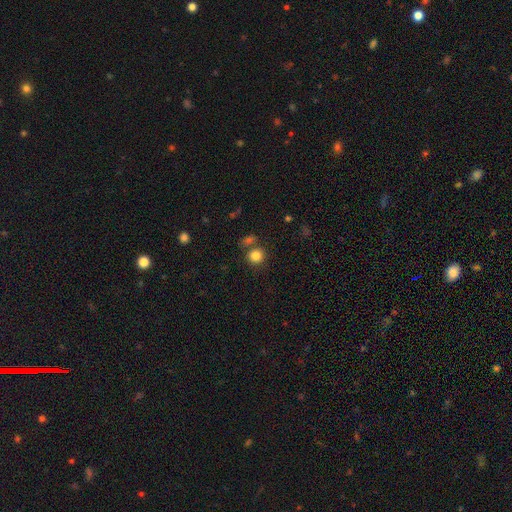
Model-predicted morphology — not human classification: smooth-or-featured: smooth: 84% | star or artifact: 11% | featured or disk: 6%
  how-rounded: round: 84% | in between: 15% | cigar-shaped: 1%
  merging: none: 69% | merger: 17% | minor disturbance: 10% | major disturbance: 4%